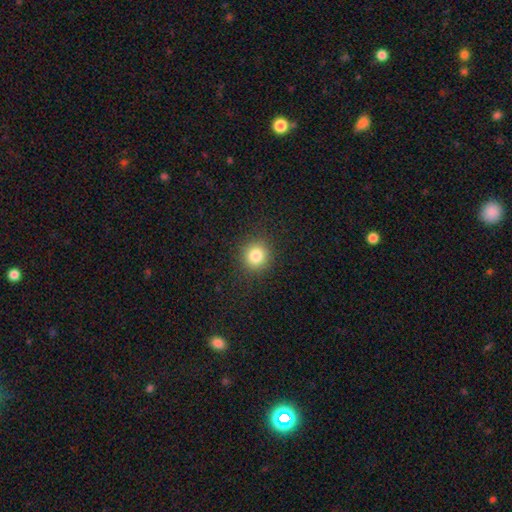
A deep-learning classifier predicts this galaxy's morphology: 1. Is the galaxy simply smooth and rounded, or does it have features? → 83% smooth, 11% star or artifact, 6% featured or disk.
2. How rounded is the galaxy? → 91% round, 8% in between, 1% cigar-shaped.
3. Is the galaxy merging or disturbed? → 91% none, 6% minor disturbance, 2% major disturbance, 1% merger.